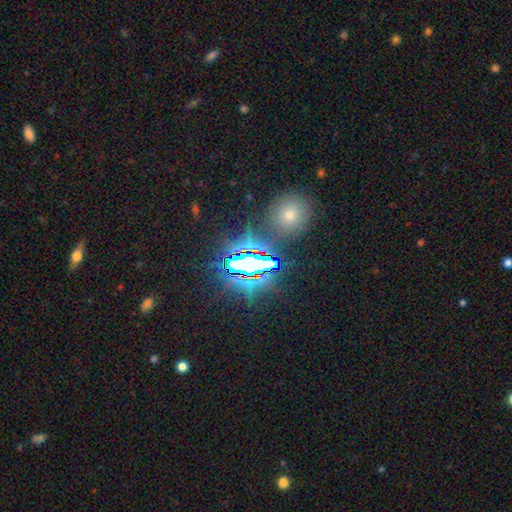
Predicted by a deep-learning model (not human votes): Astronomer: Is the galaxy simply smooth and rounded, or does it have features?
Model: star or artifact — 79%.